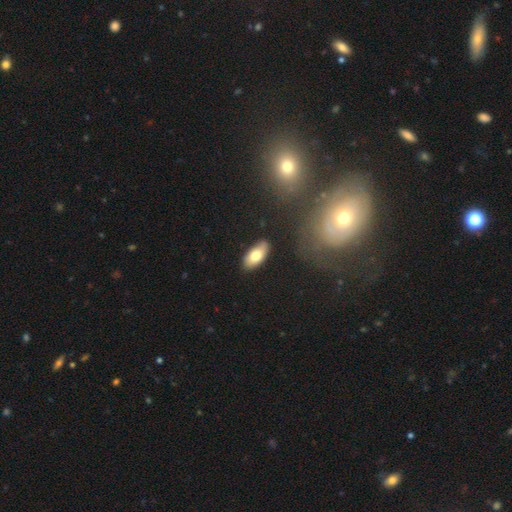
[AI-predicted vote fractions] Overall: smooth (75%). How rounded: in between (91%). Merging: none (82%).